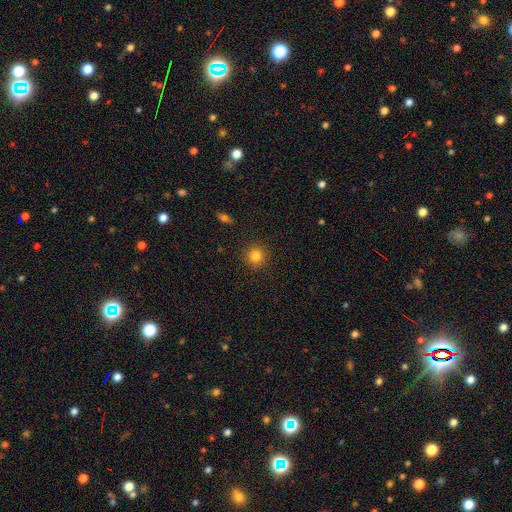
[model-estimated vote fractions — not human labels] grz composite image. It shows a smooth galaxy with no disk features (82%) that is round (92%). Merging: none (90%).